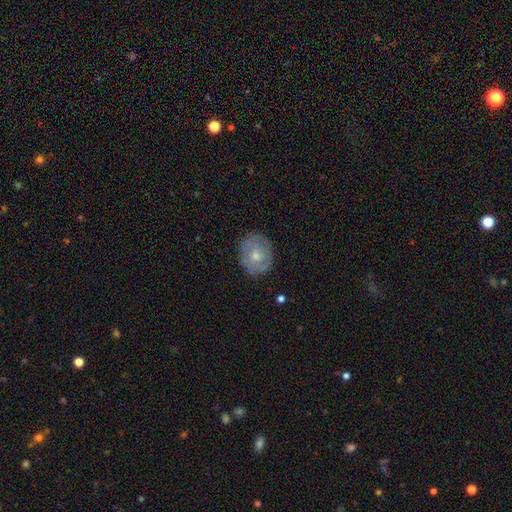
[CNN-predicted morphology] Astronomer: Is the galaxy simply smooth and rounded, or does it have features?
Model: smooth — 50% (runner-up: featured or disk, 42%).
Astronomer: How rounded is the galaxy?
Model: round — 60% (runner-up: in between, 39%).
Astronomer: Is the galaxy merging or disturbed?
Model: none — 81%.